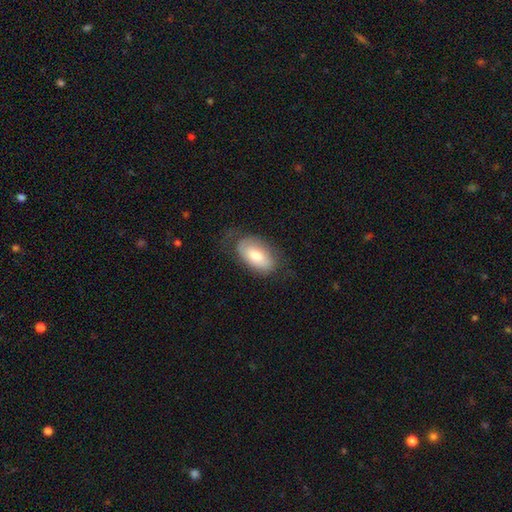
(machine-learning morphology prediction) smooth_or_featured: smooth (p=0.62) [alt: featured or disk p=0.31]
how_rounded: in between (p=0.93) [alt: round p=0.05]
merging: none (p=0.60) [alt: minor disturbance p=0.25]